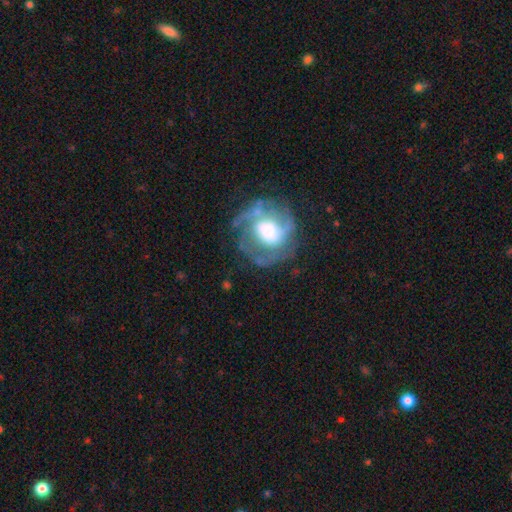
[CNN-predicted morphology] Smooth or featured: featured or disk — 72% (smooth — 17%)
Edge-on disk: no — 97% (yes — 3%)
Bar: no — 66% (weak — 25%)
Spiral arms: yes — 80% (no — 20%)
Spiral winding: tight — 52% (medium — 35%)
Spiral arm count: can't tell — 34% (2 — 32%)
Bulge size: large — 49% (moderate — 32%)
Merging: none — 65% (minor disturbance — 19%)